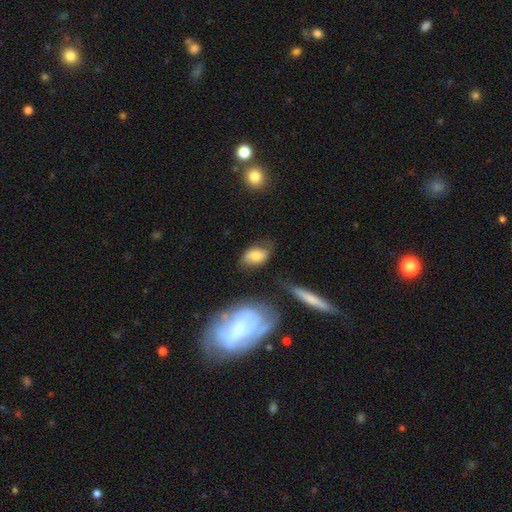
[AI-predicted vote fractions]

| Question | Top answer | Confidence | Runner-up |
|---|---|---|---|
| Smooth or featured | smooth | 71% | featured or disk (21%) |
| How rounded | in between | 87% | round (11%) |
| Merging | none | 62% | minor disturbance (24%) |